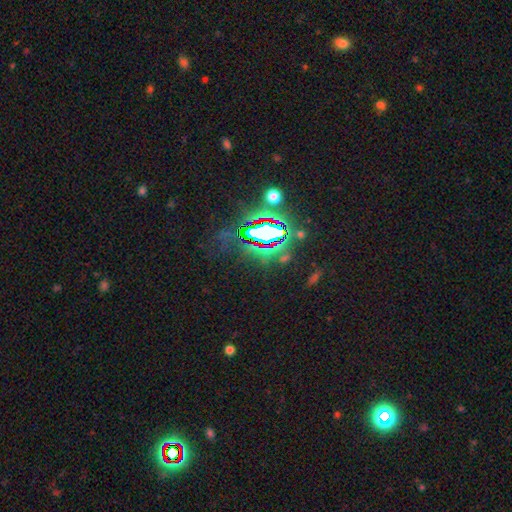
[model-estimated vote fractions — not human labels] A star or artifact, not a galaxy (82%).